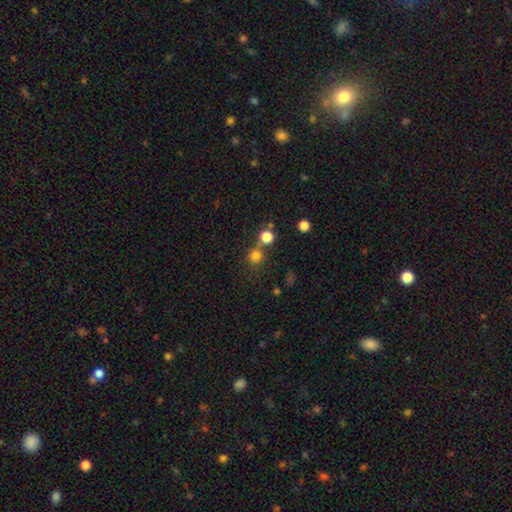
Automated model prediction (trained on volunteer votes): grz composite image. It shows a smooth galaxy with no disk features (76%) that is round (92%). Merging: none (65%).